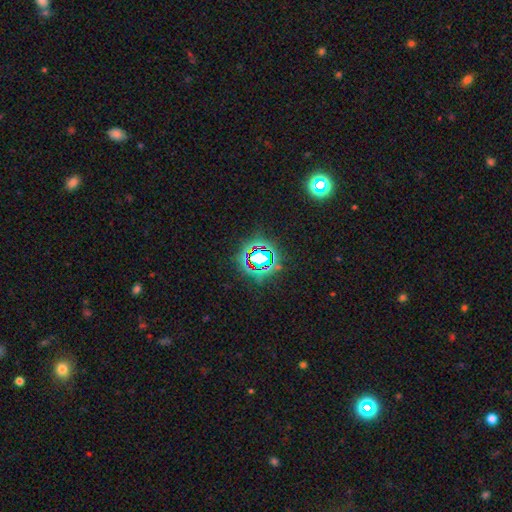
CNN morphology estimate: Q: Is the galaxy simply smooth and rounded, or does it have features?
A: star or artifact — 74%.